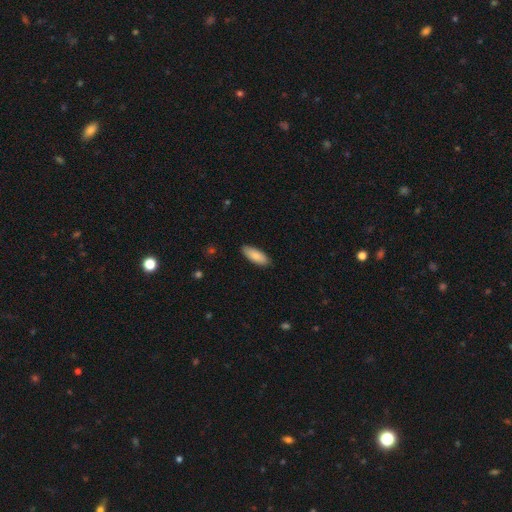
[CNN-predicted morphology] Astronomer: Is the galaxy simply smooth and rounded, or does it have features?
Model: smooth — 86%.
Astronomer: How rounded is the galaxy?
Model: in between — 76%.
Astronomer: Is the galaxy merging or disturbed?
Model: none — 88%.